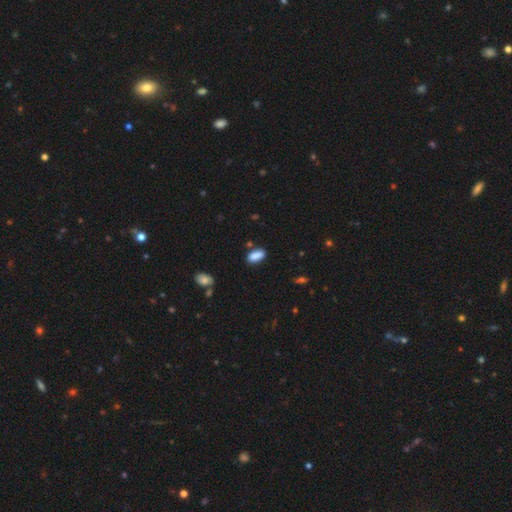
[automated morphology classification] This is clearly a smooth galaxy (88%). How rounded: clearly in between (87%). Merging: likely none (77%).